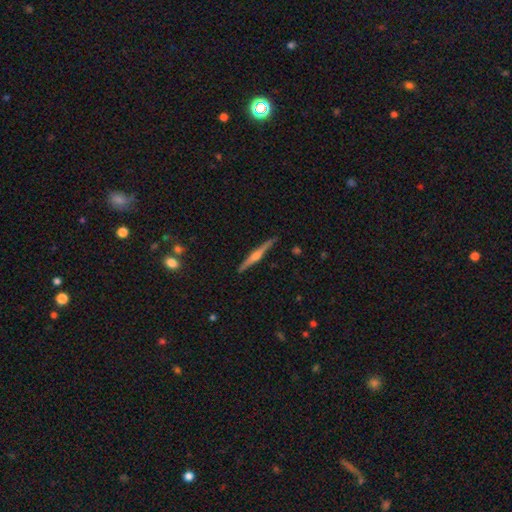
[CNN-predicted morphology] Smooth or featured? Predicted: featured or disk (p=0.80). Edge-on disk? Predicted: yes (p=0.99). Edge-on bulge? Predicted: rounded (p=0.88). Merging? Predicted: none (p=0.91).